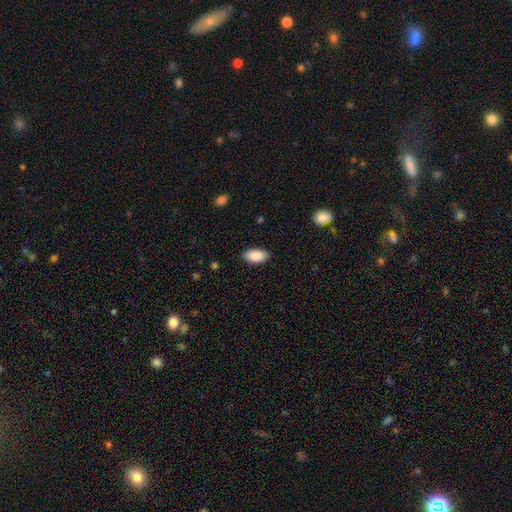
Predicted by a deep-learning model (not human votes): smooth-or-featured: smooth: 90% | star or artifact: 6% | featured or disk: 3%
  how-rounded: in between: 95% | round: 3% | cigar-shaped: 2%
  merging: none: 87% | minor disturbance: 10% | major disturbance: 2% | merger: 1%